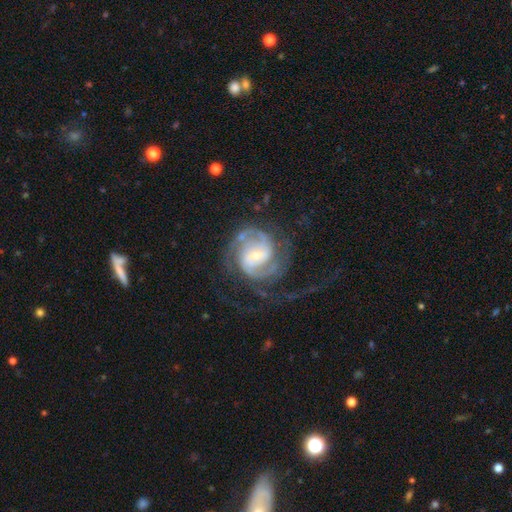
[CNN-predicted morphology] Smooth or featured: featured or disk — 90% (smooth — 5%)
Edge-on disk: no — 98% (yes — 2%)
Bar: weak — 41% (tied with no — 41%)
Spiral arms: yes — 98% (no — 2%)
Spiral winding: medium — 45% (tight — 43%)
Spiral arm count: 2 — 67% (3 — 13%)
Bulge size: small — 63% (moderate — 31%)
Merging: none — 61% (major disturbance — 21%)